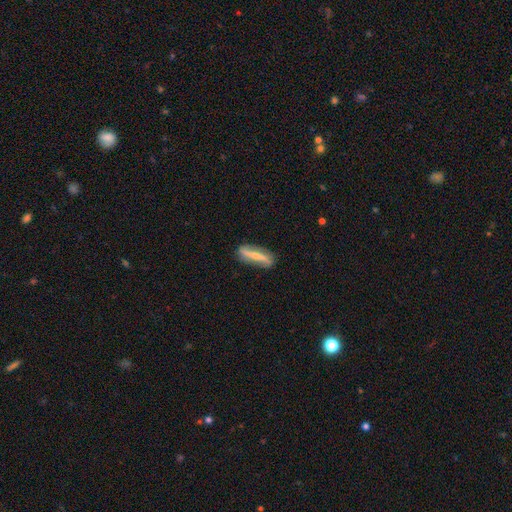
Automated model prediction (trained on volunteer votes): This is possibly a featured or disk galaxy (60%). It is likely not viewed edge-on (66%). Merging: likely none (79%).